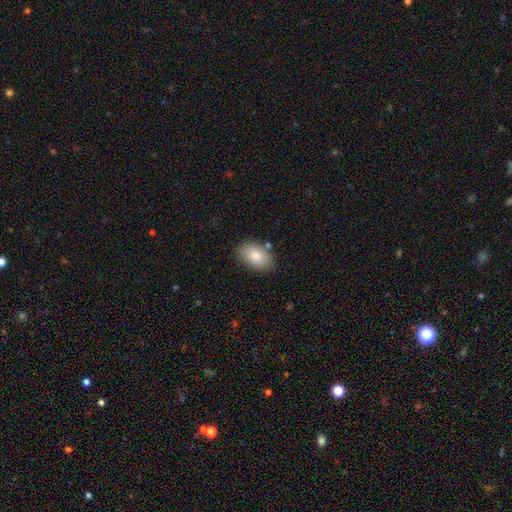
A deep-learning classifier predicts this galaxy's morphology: This is clearly a smooth galaxy (82%). How rounded: clearly in between (91%). Merging: clearly none (82%).